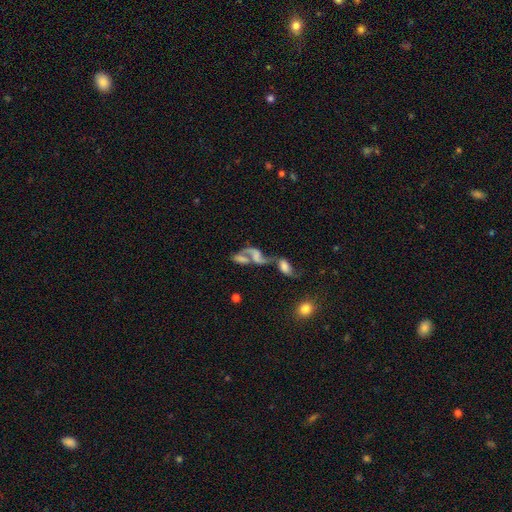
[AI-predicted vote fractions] Smooth or featured?
  - featured or disk: 59% *
  - smooth: 28%
  - star or artifact: 13%
Edge-on disk?
  - no: 93% *
  - yes: 7%
Bar?
  - no: 60% *
  - weak: 26%
  - strong: 14%
Spiral arms?
  - yes: 66% *
  - no: 34%
Bulge size?
  - none: 58% *
  - small: 18%
  - moderate: 14%
  - large: 7%
  - dominant: 3%
Merging?
  - merger: 66% *
  - major disturbance: 14%
  - none: 14%
  - minor disturbance: 7%